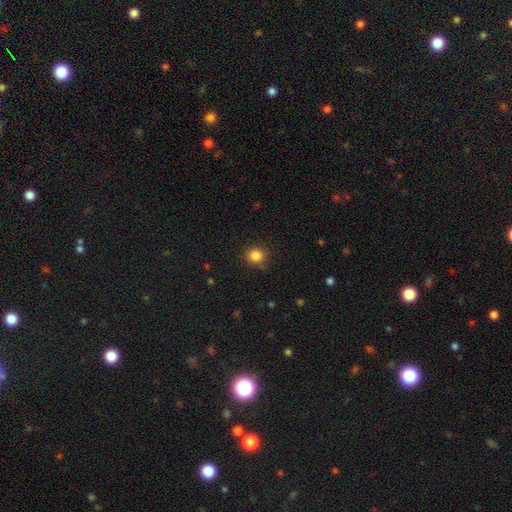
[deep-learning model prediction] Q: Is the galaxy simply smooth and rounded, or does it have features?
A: smooth — 85%.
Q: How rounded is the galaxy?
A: round — 83%.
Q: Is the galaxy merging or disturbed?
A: none — 84%.